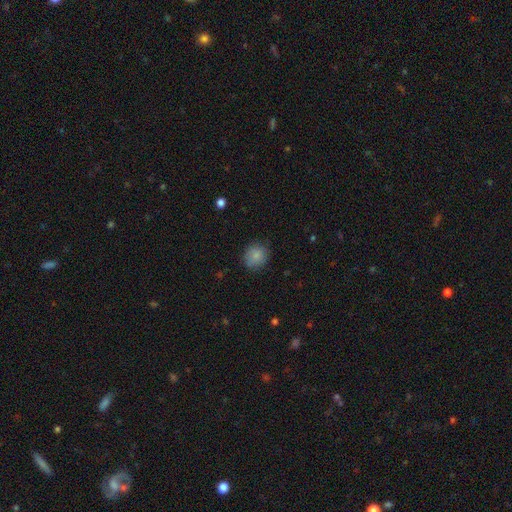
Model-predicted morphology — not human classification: Overall: smooth (85%). How rounded: round (80%). Merging: none (81%).